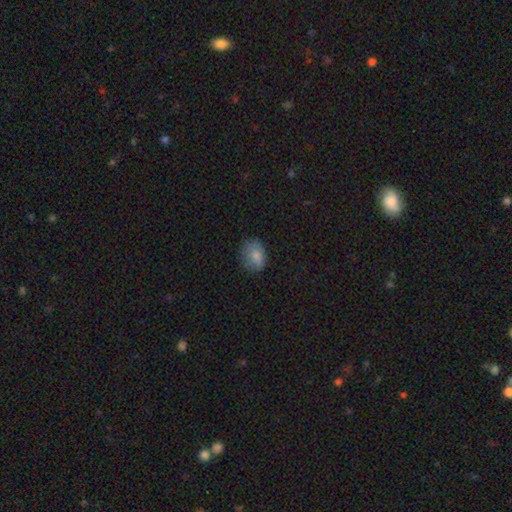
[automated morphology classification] Smooth or featured?
  - smooth: 83% *
  - featured or disk: 9%
  - star or artifact: 8%
How rounded?
  - in between: 61% *
  - round: 38%
  - cigar-shaped: 1%
Merging?
  - none: 73% *
  - minor disturbance: 20%
  - major disturbance: 5%
  - merger: 1%